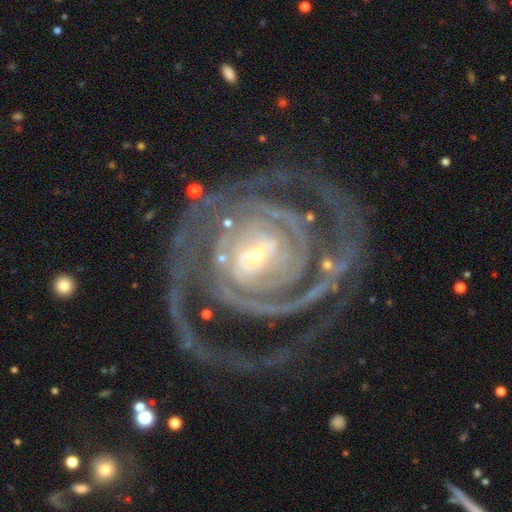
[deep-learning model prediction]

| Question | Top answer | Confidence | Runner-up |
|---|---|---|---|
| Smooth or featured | featured or disk | 92% | star or artifact (4%) |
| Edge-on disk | no | 98% | yes (2%) |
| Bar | weak | 38% | no (32%) |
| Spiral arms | yes | 98% | no (2%) |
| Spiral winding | tight | 66% | medium (25%) |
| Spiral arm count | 2 | 36% | 3 (17%) |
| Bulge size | small | 76% | moderate (19%) |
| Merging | none | 56% | major disturbance (25%) |